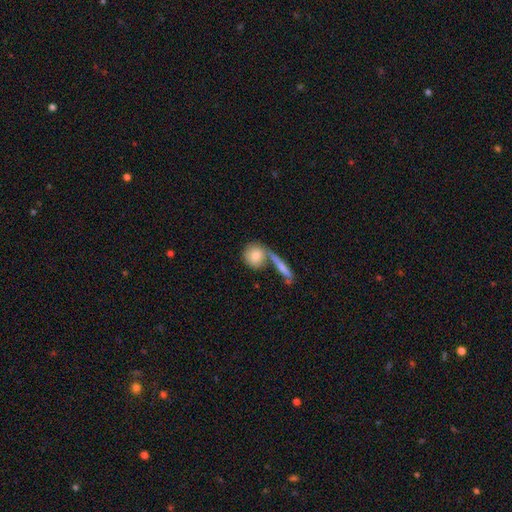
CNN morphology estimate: Smooth or featured?
  - smooth: 78% *
  - featured or disk: 15%
  - star or artifact: 7%
How rounded?
  - round: 78% *
  - in between: 16%
  - cigar-shaped: 6%
Merging?
  - none: 53% *
  - merger: 32%
  - minor disturbance: 10%
  - major disturbance: 5%